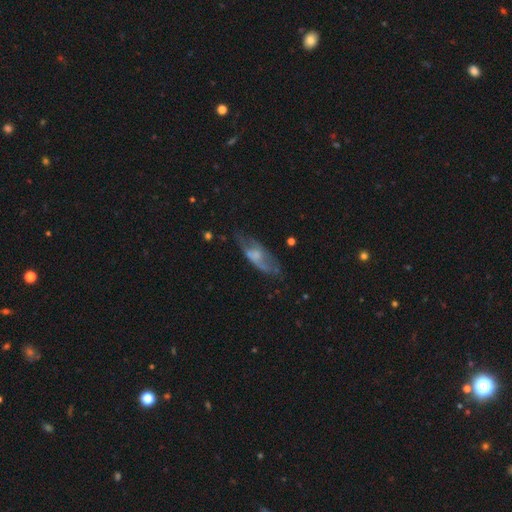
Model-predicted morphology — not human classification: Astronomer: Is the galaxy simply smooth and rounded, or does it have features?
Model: featured or disk — 49% (runner-up: smooth, 42%).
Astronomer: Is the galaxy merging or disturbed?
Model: none — 53%.